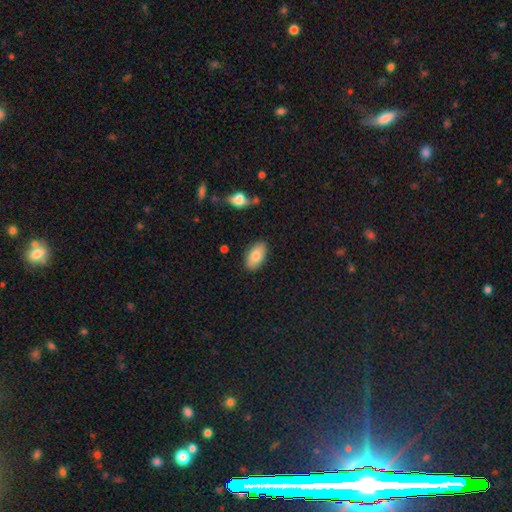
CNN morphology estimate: Smooth or featured?
  - smooth: 80% *
  - featured or disk: 13%
  - star or artifact: 7%
How rounded?
  - in between: 93% *
  - round: 4%
  - cigar-shaped: 2%
Merging?
  - none: 85% *
  - minor disturbance: 11%
  - major disturbance: 2%
  - merger: 2%